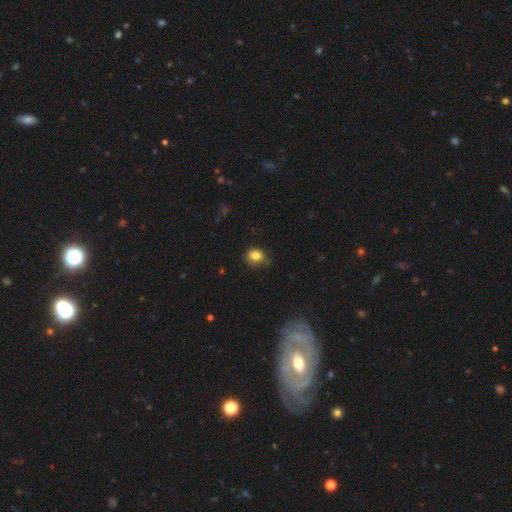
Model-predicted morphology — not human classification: This is clearly a smooth galaxy (83%). How rounded: possibly round (53%). Merging: likely none (66%).